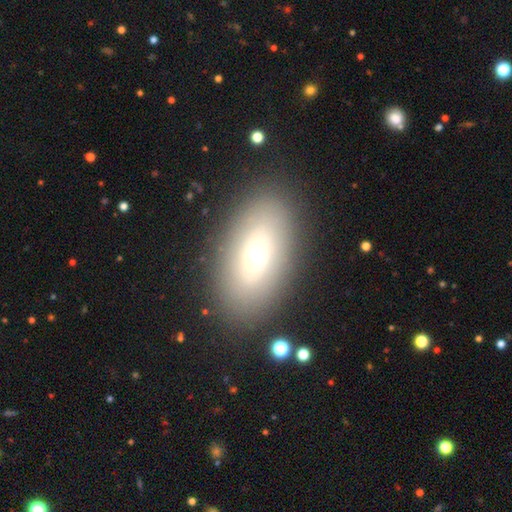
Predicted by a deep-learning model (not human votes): Q: Smooth or featured?
A: smooth (63%); runner-up: featured or disk (25%)
Q: How rounded?
A: in between (87%); runner-up: round (9%)
Q: Merging?
A: none (84%); runner-up: minor disturbance (10%)